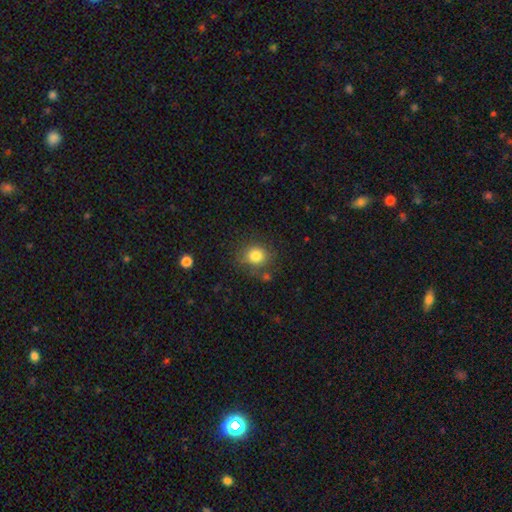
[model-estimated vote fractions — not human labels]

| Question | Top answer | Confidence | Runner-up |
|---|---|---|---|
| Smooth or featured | smooth | 82% | star or artifact (11%) |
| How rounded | round | 78% | in between (21%) |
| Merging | none | 76% | minor disturbance (14%) |